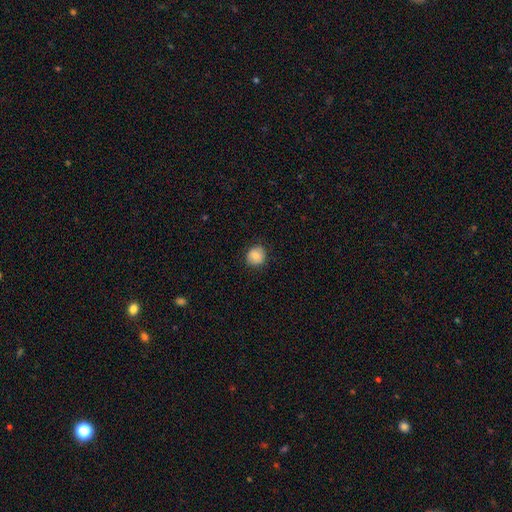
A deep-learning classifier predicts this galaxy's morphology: A smooth galaxy with no disk features (83%) that is round (85%).

Vote fractions:
- Smooth or featured? smooth: 83% / star or artifact: 9% / featured or disk: 8%
- How rounded? round: 85% / in between: 14% / cigar-shaped: 1%
- Merging? none: 84% / minor disturbance: 12% / major disturbance: 3% / merger: 1%